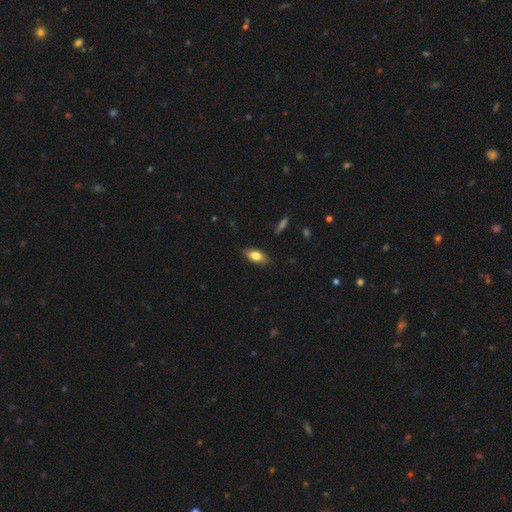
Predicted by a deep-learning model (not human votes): This appears to be a smooth galaxy with no disk features (80%) that is in between round and cigar-shaped (89%). Merging: none (81%).